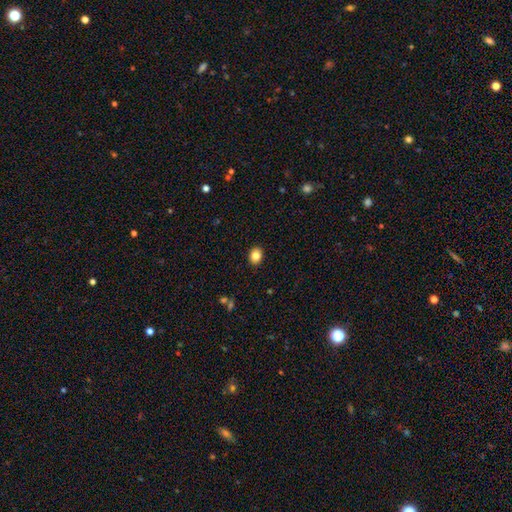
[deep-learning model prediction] Smooth or featured? Predicted: smooth (p=0.84). How rounded? Predicted: in between (p=0.54). Merging? Predicted: none (p=0.90).